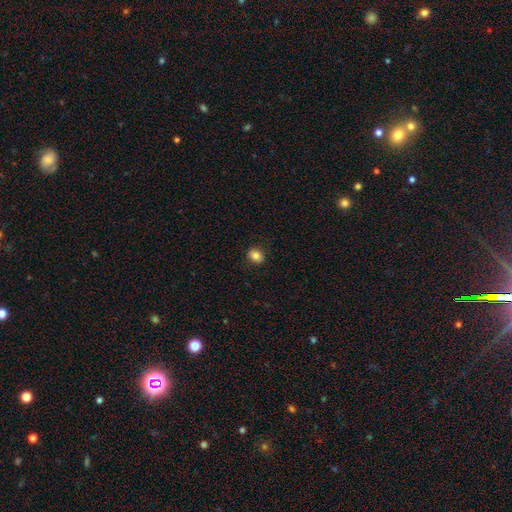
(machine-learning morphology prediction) This appears to be a smooth galaxy with no disk features (84%) that is round (58%). Merging: none (87%).